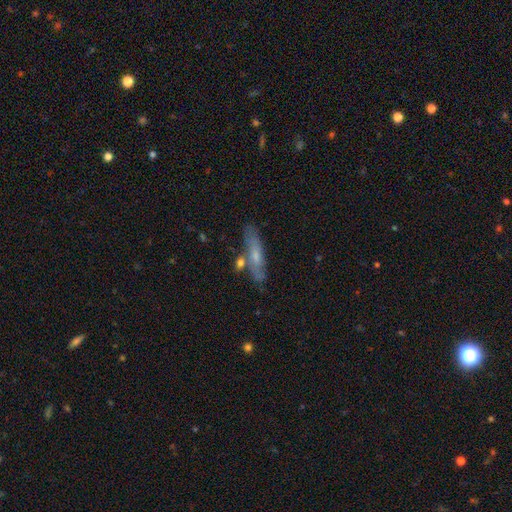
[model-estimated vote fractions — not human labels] Morphology: type=smooth (50%); roundness=cigar-shaped (77%); merging=none (68%).